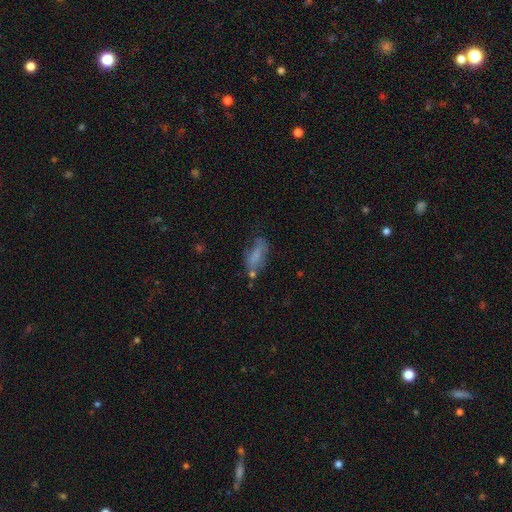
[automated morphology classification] Smooth or featured: smooth — 66% (featured or disk — 22%)
How rounded: in between — 78% (cigar-shaped — 18%)
Merging: none — 45% (minor disturbance — 27%)